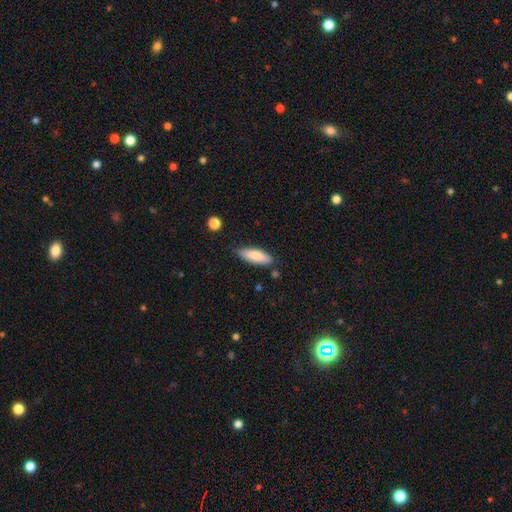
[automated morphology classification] Smooth or featured? Predicted: smooth (p=0.82). How rounded? Predicted: in between (p=0.60). Merging? Predicted: none (p=0.79).